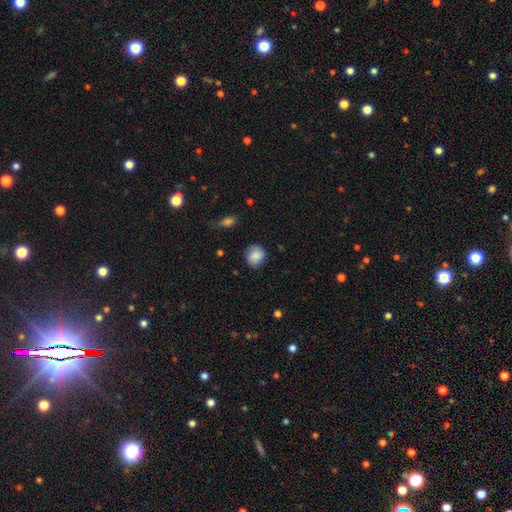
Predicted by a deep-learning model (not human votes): Smooth or featured: smooth — 81% (featured or disk — 11%)
How rounded: round — 81% (in between — 18%)
Merging: none — 76% (minor disturbance — 18%)